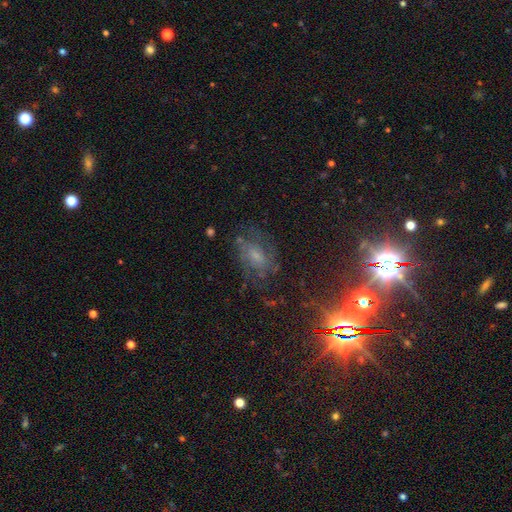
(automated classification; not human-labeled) This appears to be a featured or disk galaxy (52%). Merging: none (60%).